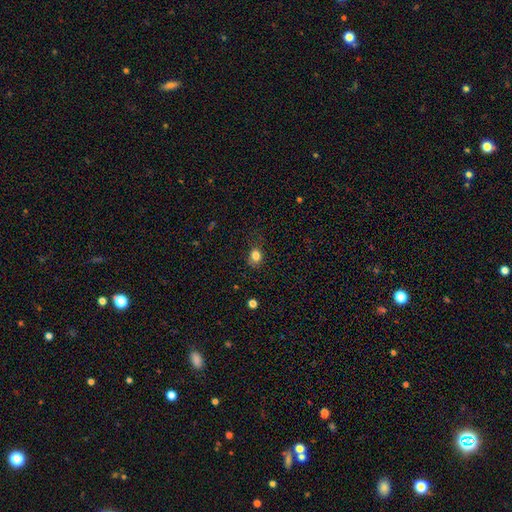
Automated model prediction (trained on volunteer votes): Morphology: type=smooth (82%); roundness=in between (50%); merging=none (77%).